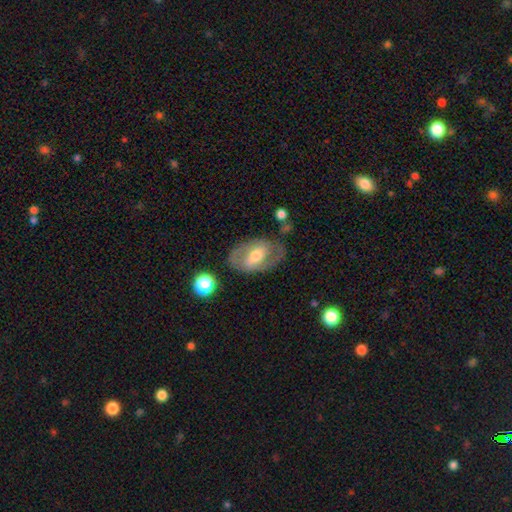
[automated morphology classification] The model was most divided on "bar": weak: 39%, strong: 36%, no: 25%. More confident: edge-on disk — no (92%); merging — none (70%); bulge size — moderate (63%); smooth or featured — featured or disk (60%); spiral arms — yes (53%).